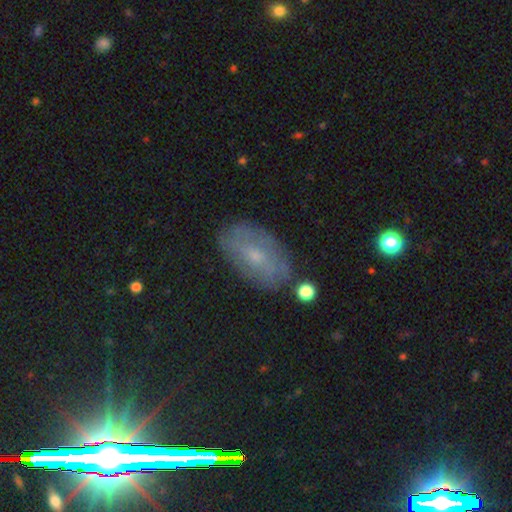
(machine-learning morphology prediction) type=featured or disk (42%); merging=none (79%).